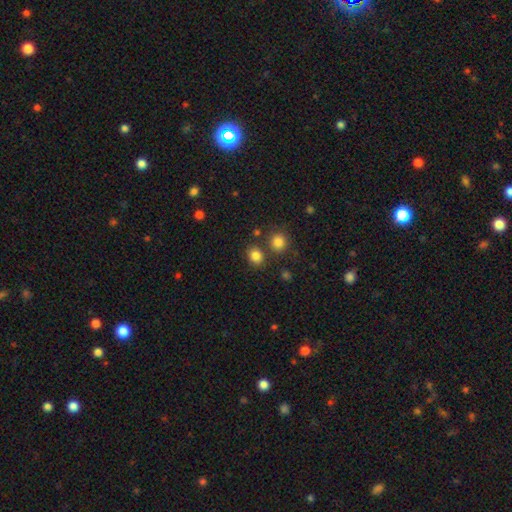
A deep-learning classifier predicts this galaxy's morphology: smooth 83%, star or artifact 13%, featured or disk 5%. Down the decision tree: how rounded — round (65%); merging — none (76%).